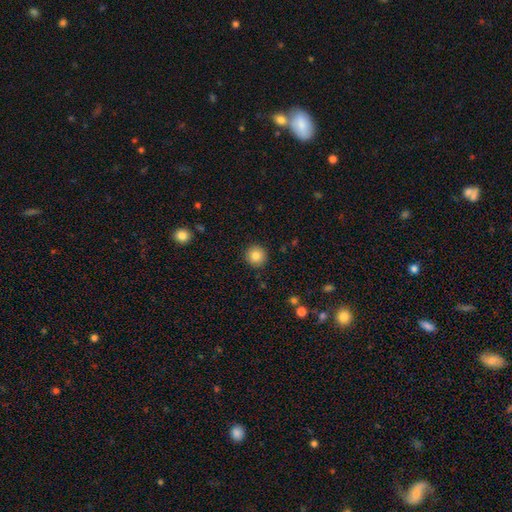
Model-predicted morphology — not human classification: smooth-or-featured: smooth: 84% | star or artifact: 10% | featured or disk: 6%
  how-rounded: round: 95% | in between: 4% | cigar-shaped: 1%
  merging: none: 92% | minor disturbance: 6% | major disturbance: 2% | merger: 1%